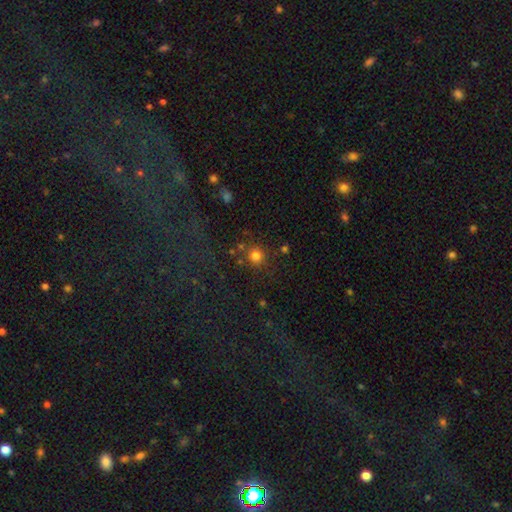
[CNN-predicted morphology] Smooth or featured: smooth — 78% (star or artifact — 16%)
How rounded: round — 92% (in between — 7%)
Merging: none — 79% (minor disturbance — 9%)